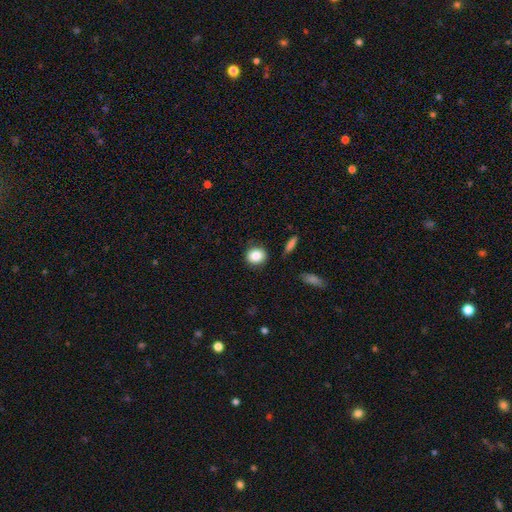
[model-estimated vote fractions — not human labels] This is clearly a smooth galaxy (86%). How rounded: likely round (76%). Merging: clearly none (86%).